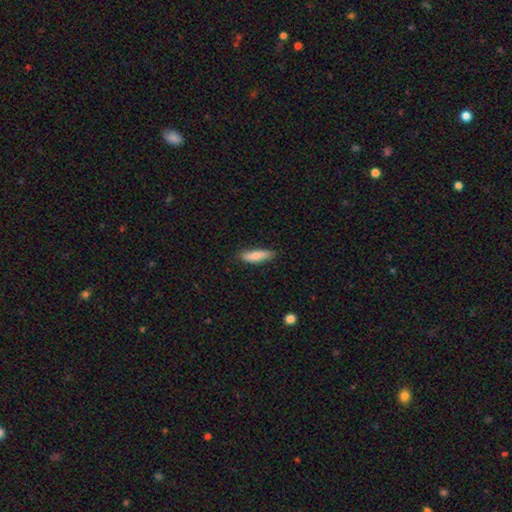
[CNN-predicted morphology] smooth 79%, featured or disk 15%, star or artifact 6%. Down the decision tree: how rounded — cigar-shaped (55%); merging — none (82%).